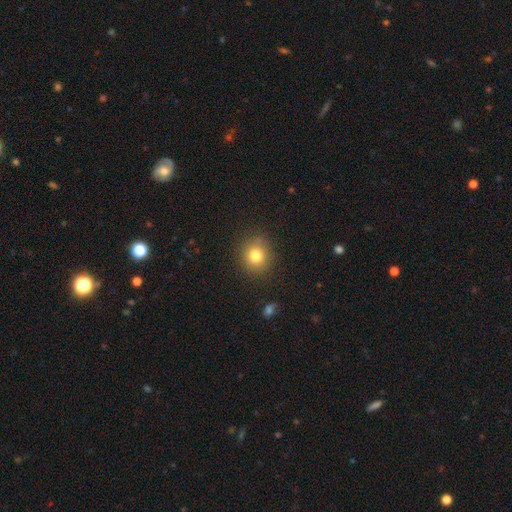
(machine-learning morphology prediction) type=smooth (79%); roundness=round (86%); merging=none (85%).